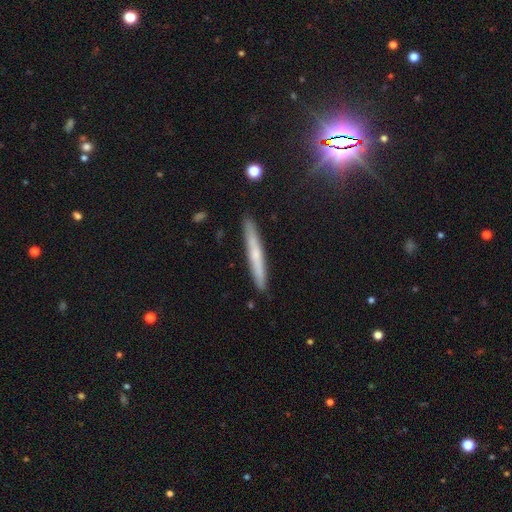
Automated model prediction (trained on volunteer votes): Smooth or featured?
  - smooth: 47% *
  - featured or disk: 44%
  - star or artifact: 9%
Merging?
  - none: 91% *
  - minor disturbance: 7%
  - major disturbance: 1%
  - merger: 1%